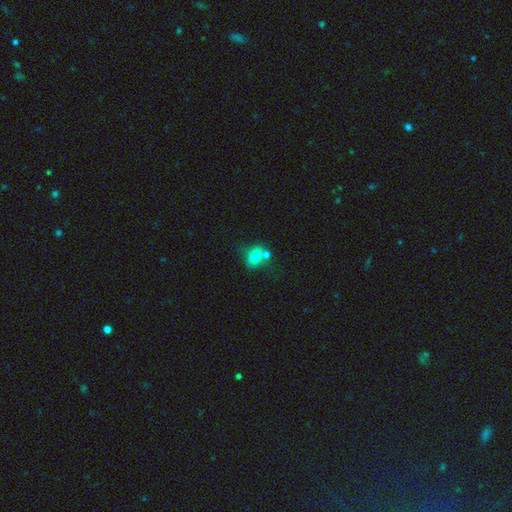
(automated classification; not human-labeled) Overall: smooth (76%). How rounded: in between (54%; round 44%). Merging: none (47%; merger 31%).